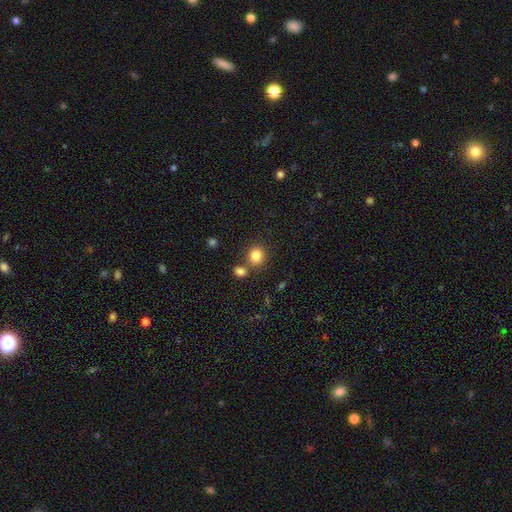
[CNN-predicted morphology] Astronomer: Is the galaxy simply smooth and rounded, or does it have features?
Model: smooth — 83%.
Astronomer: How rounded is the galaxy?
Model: round — 79%.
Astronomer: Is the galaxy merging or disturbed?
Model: none — 69%.